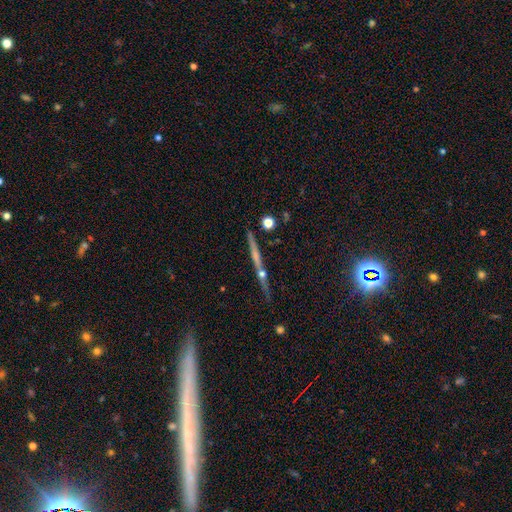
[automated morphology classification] featured or disk 63%, smooth 24%, star or artifact 13%. Down the decision tree: edge-on disk — yes (96%); edge-on bulge — none (46%); merging — none (82%).